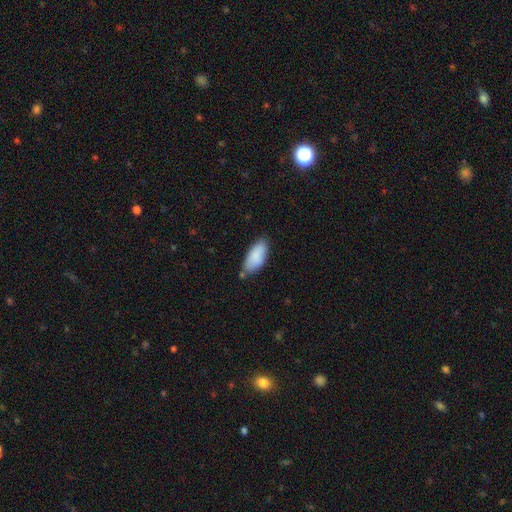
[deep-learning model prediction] Smooth or featured: smooth — 87% (featured or disk — 7%)
How rounded: in between — 86% (cigar-shaped — 12%)
Merging: none — 70% (minor disturbance — 21%)